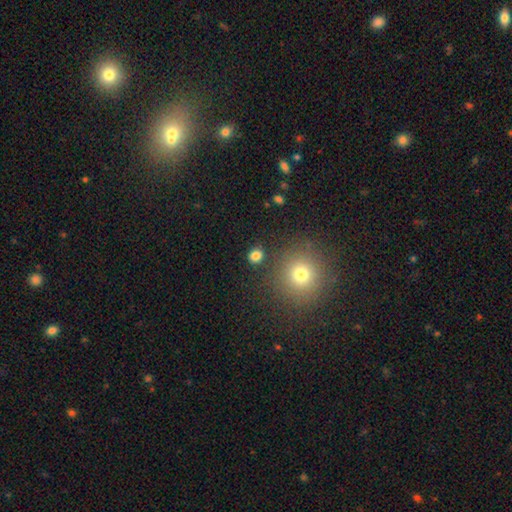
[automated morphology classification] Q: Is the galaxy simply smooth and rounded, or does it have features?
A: smooth — 81%.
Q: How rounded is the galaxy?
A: round — 77%.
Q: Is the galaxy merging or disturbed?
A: none — 84%.